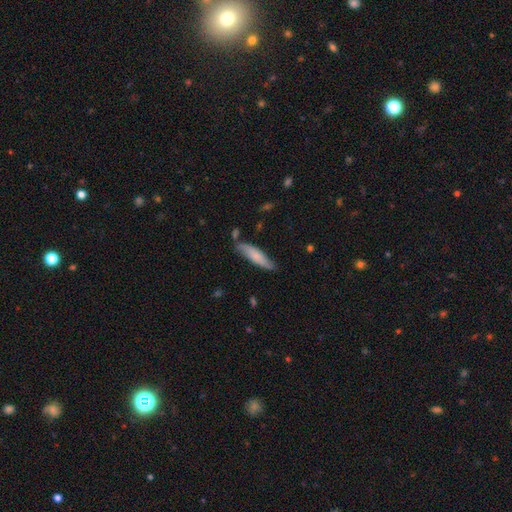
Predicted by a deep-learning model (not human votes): This appears to be a smooth galaxy with no disk features (70%) that is cigar-shaped (73%). Merging: none (72%).